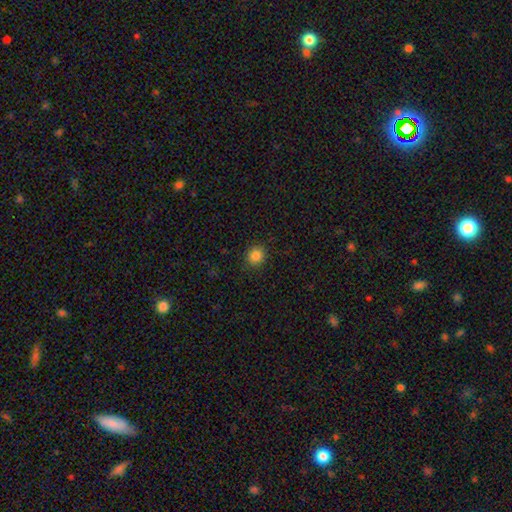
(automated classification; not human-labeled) Smooth or featured? smooth (85%)
How rounded? round (86%)
Merging? none (90%)